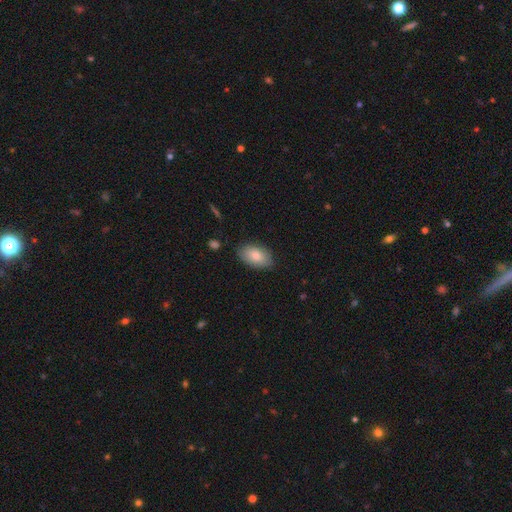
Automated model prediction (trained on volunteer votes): Smooth or featured? Predicted: smooth (p=0.82). How rounded? Predicted: in between (p=0.93). Merging? Predicted: none (p=0.84).